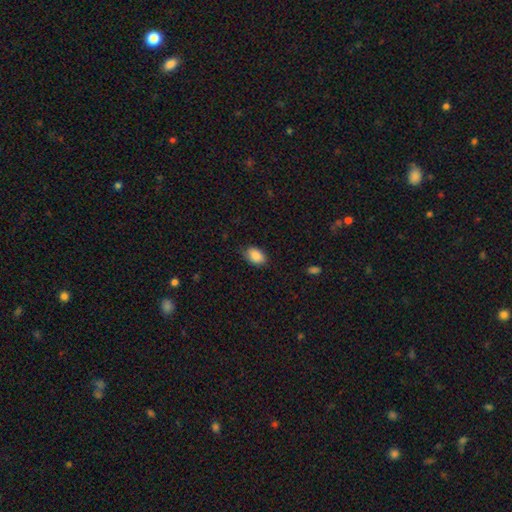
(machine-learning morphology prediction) This is clearly a smooth galaxy (88%). How rounded: clearly in between (87%). Merging: likely none (79%).